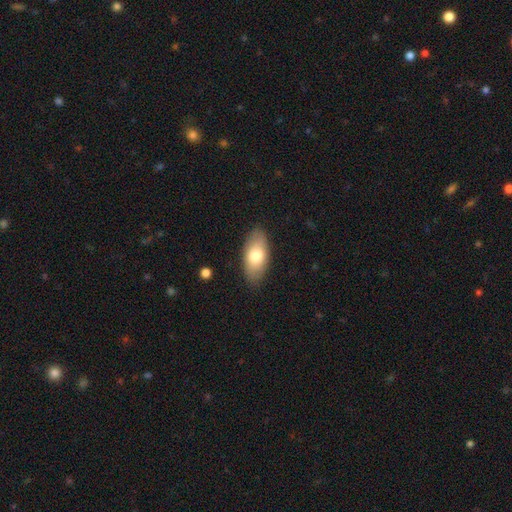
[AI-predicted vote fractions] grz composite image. It shows a smooth galaxy with no disk features (76%) that is in between round and cigar-shaped (90%). Merging: none (85%).